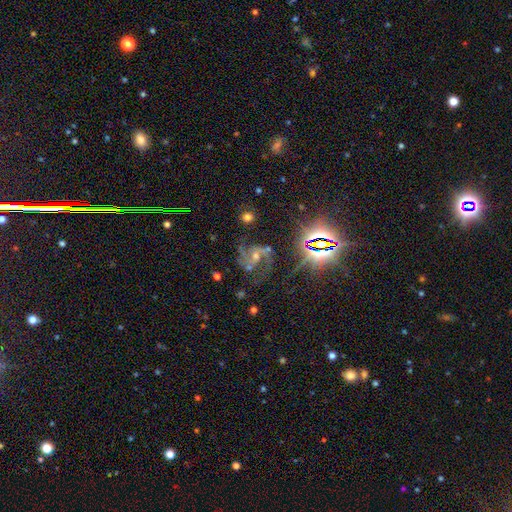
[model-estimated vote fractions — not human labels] smooth_or_featured: featured or disk (p=0.71) [alt: star or artifact p=0.22]
disk_edge_on: no (p=0.97) [alt: yes p=0.03]
bar: no (p=0.51) [alt: weak p=0.34]
has_spiral_arms: yes (p=0.94) [alt: no p=0.06]
spiral_winding: medium (p=0.52) [alt: loose p=0.33]
spiral_arm_count: 2 (p=0.65) [alt: 3 p=0.15]
bulge_size: moderate (p=0.52) [alt: small p=0.39]
merging: none (p=0.58) [alt: major disturbance p=0.19]